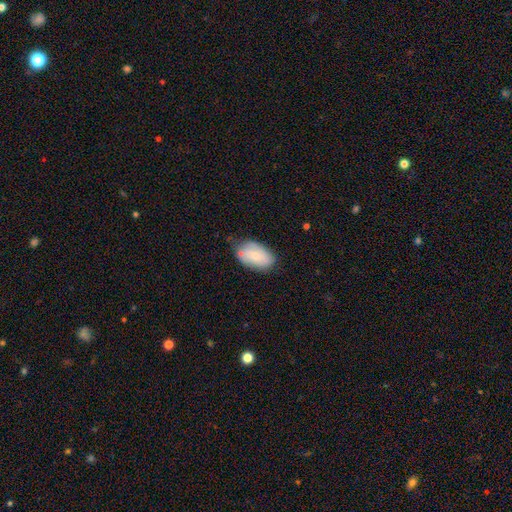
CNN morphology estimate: This is likely a smooth galaxy (70%). How rounded: clearly in between (92%). Merging: likely none (64%).